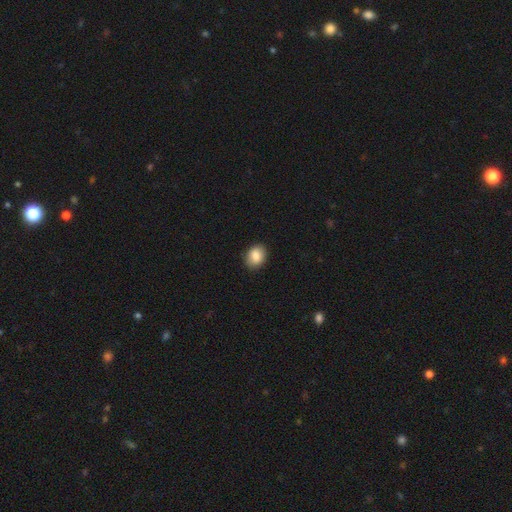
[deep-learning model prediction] smooth-or-featured: smooth: 87% | star or artifact: 8% | featured or disk: 6%
  how-rounded: in between: 60% | round: 39% | cigar-shaped: 1%
  merging: none: 88% | minor disturbance: 9% | major disturbance: 2% | merger: 1%